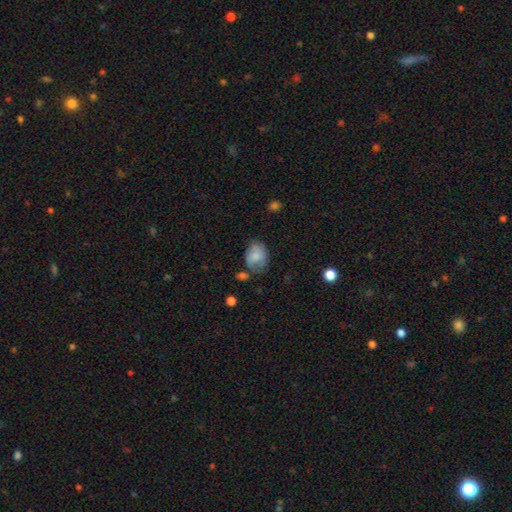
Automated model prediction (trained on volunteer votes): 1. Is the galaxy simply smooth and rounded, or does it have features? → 75% smooth, 17% featured or disk, 8% star or artifact.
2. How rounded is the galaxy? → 64% in between, 34% round, 1% cigar-shaped.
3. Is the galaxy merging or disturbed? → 53% none, 29% minor disturbance, 10% major disturbance, 8% merger.